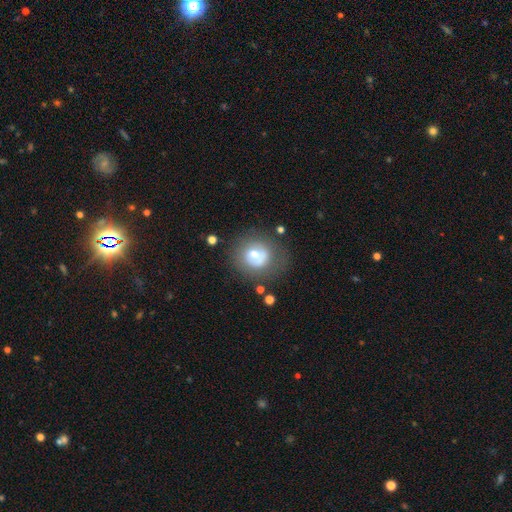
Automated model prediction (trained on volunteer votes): Smooth or featured: smooth — 59% (featured or disk — 31%)
How rounded: round — 84% (in between — 15%)
Merging: none — 61% (minor disturbance — 20%)